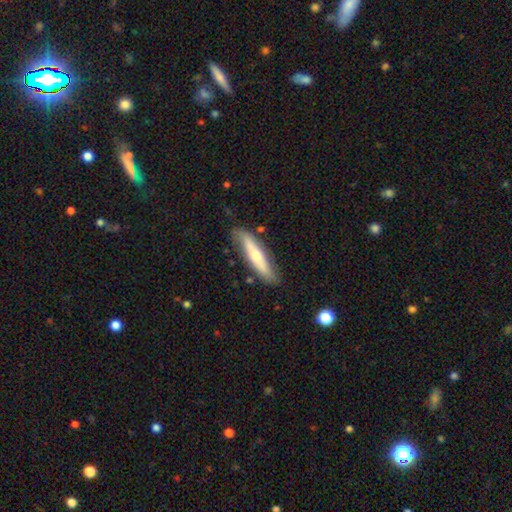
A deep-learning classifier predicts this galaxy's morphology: Smooth or featured: smooth — 52% (featured or disk — 43%)
How rounded: cigar-shaped — 80% (in between — 18%)
Merging: none — 78% (minor disturbance — 16%)